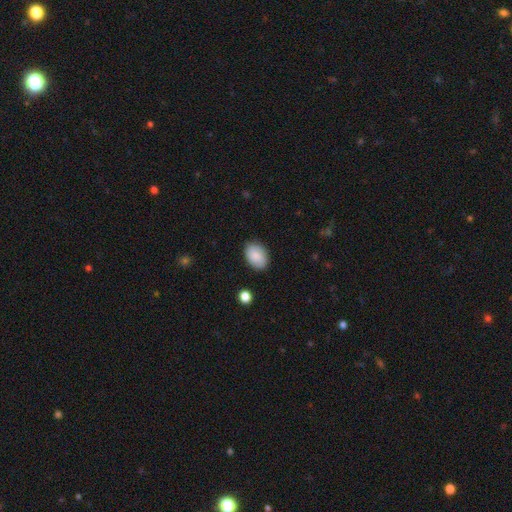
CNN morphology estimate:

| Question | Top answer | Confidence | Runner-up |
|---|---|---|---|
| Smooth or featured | smooth | 87% | featured or disk (7%) |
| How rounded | in between | 85% | round (14%) |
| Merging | none | 85% | minor disturbance (11%) |